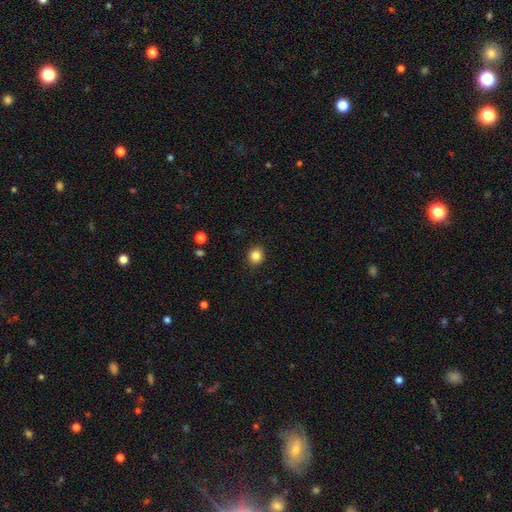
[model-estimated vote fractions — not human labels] Q: Smooth or featured?
A: smooth (85%); runner-up: star or artifact (11%)
Q: How rounded?
A: round (83%); runner-up: in between (16%)
Q: Merging?
A: none (90%); runner-up: minor disturbance (7%)